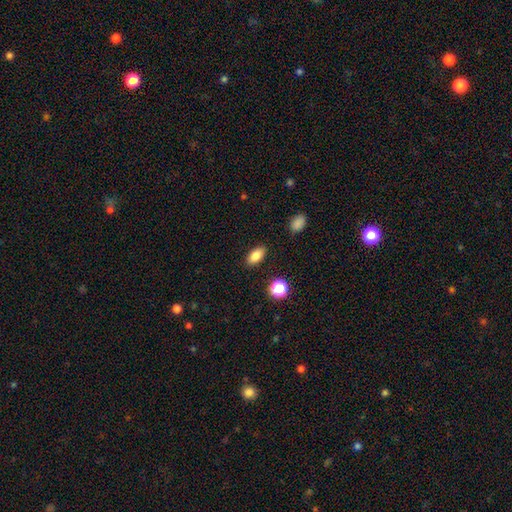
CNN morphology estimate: A smooth galaxy with no disk features (84%) that is in between round and cigar-shaped (88%).

Vote fractions:
- Smooth or featured? smooth: 84% / star or artifact: 10% / featured or disk: 7%
- How rounded? in between: 88% / cigar-shaped: 6% / round: 6%
- Merging? none: 88% / minor disturbance: 8% / major disturbance: 3% / merger: 2%